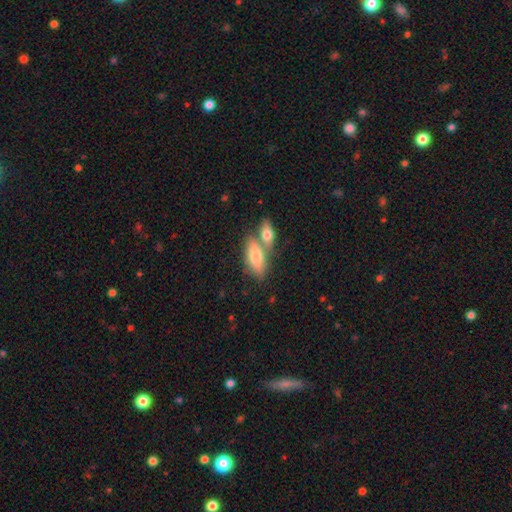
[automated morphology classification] type=smooth (74%); roundness=in between (78%); merging=merger (44%).